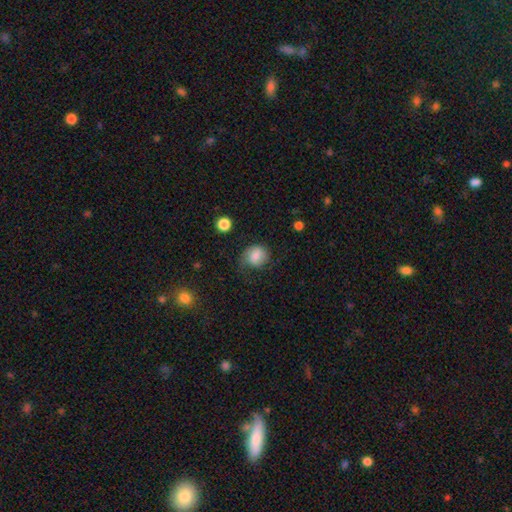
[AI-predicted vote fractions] Overall: smooth (75%). How rounded: round (66%; in between 33%). Merging: none (53%; minor disturbance 28%).